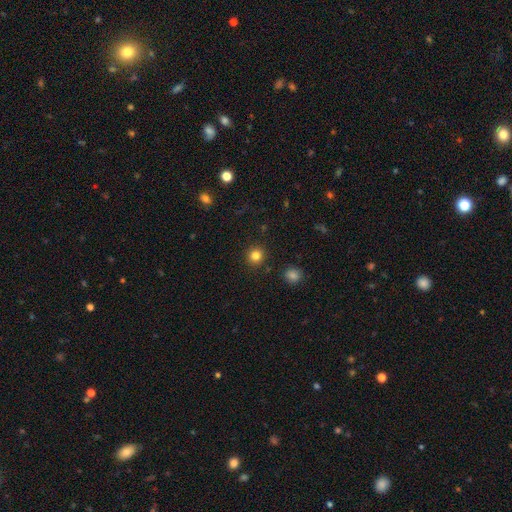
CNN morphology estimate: Smooth or featured? smooth (82%)
How rounded? round (93%)
Merging? none (91%)